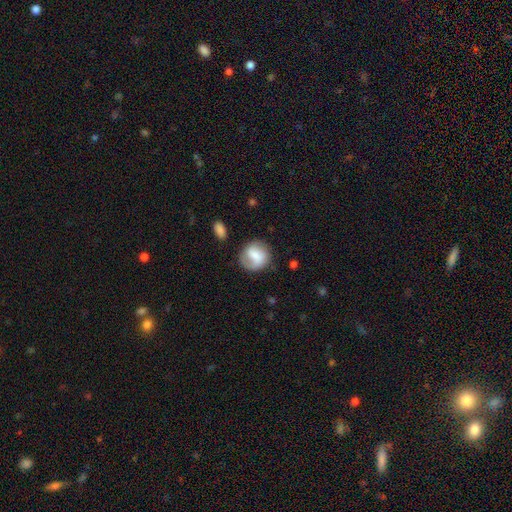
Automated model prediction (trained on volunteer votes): Q: Smooth or featured?
A: smooth (57%); runner-up: featured or disk (36%)
Q: How rounded?
A: round (82%); runner-up: in between (17%)
Q: Merging?
A: none (67%); runner-up: minor disturbance (20%)